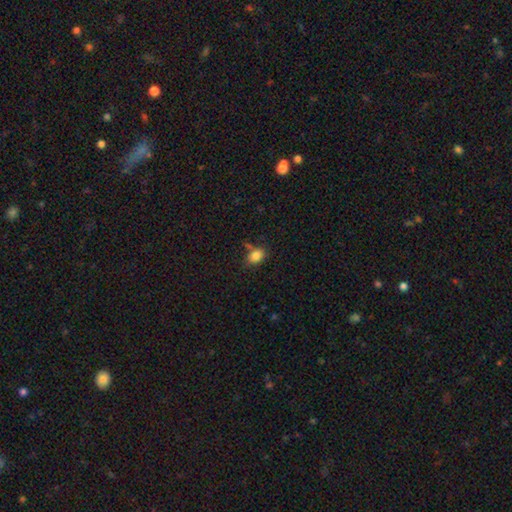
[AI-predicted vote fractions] Smooth or featured: smooth — 84% (star or artifact — 10%)
How rounded: in between — 77% (round — 21%)
Merging: none — 64% (minor disturbance — 20%)